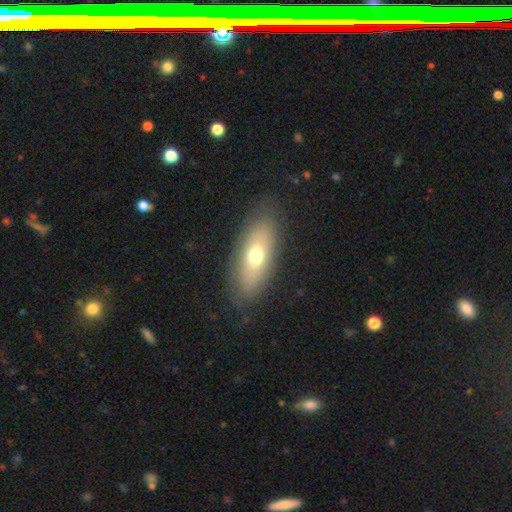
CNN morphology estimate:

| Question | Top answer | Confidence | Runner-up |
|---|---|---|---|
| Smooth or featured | smooth | 64% | featured or disk (27%) |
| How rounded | in between | 80% | cigar-shaped (15%) |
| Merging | none | 82% | minor disturbance (12%) |